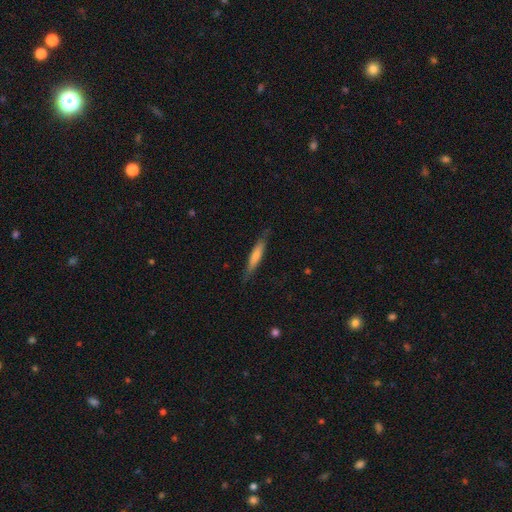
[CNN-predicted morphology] Smooth or featured? smooth (70%)
How rounded? cigar-shaped (88%)
Merging? none (82%)